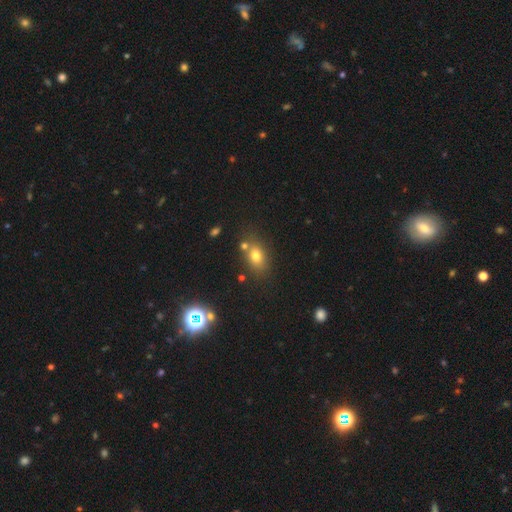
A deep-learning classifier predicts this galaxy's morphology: Q: Smooth or featured?
A: smooth (73%); runner-up: star or artifact (15%)
Q: How rounded?
A: in between (72%); runner-up: round (26%)
Q: Merging?
A: none (67%); runner-up: merger (15%)